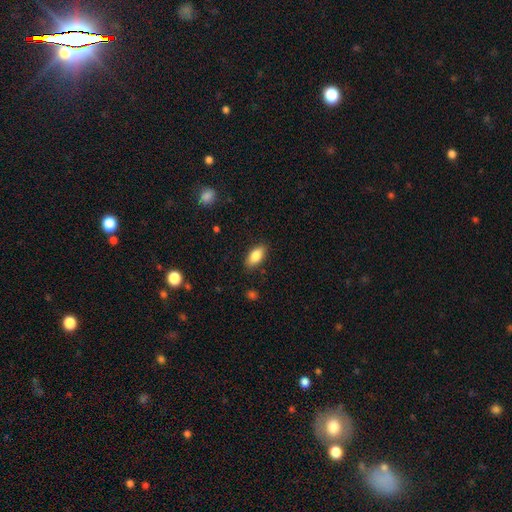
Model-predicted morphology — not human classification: This is clearly a smooth galaxy (83%). How rounded: clearly in between (88%). Merging: clearly none (86%).